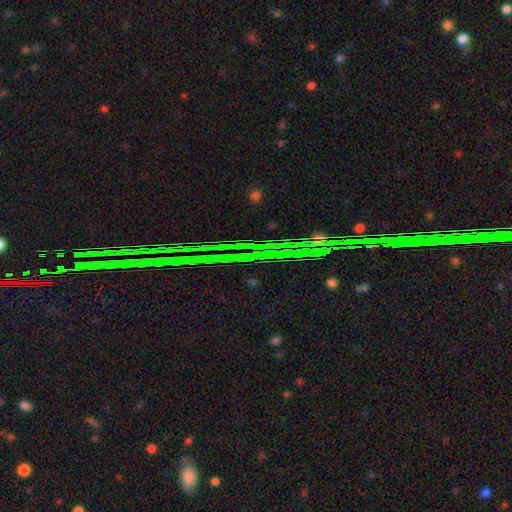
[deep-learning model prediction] The model was most divided on "smooth or featured": star or artifact: 86%, featured or disk: 8%, smooth: 6%.